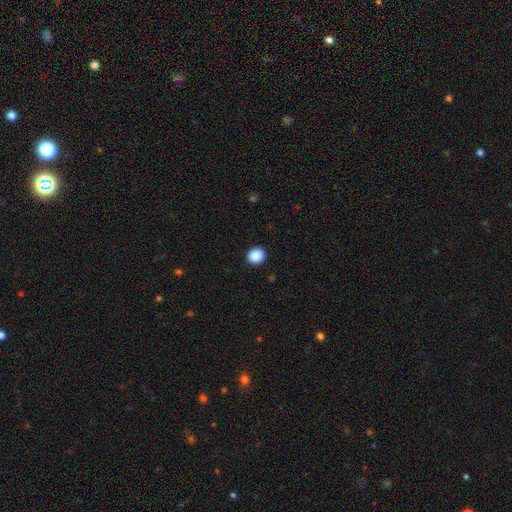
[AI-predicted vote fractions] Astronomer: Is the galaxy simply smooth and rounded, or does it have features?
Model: smooth — 89%.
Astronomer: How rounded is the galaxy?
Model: round — 87%.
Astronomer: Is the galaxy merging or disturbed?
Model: none — 92%.